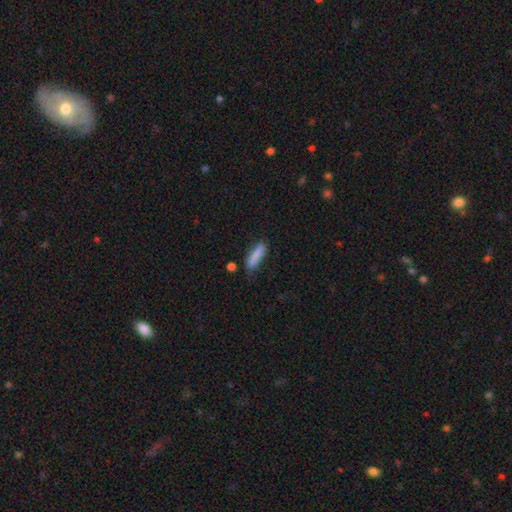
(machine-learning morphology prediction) smooth-or-featured: smooth: 84% | featured or disk: 9% | star or artifact: 7%
  how-rounded: cigar-shaped: 72% | in between: 26% | round: 2%
  merging: none: 67% | minor disturbance: 23% | major disturbance: 6% | merger: 4%